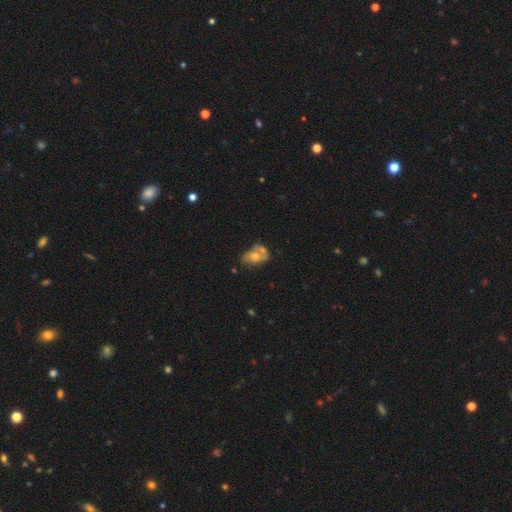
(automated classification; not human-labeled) smooth_or_featured: smooth (p=0.52) [alt: featured or disk p=0.39]
how_rounded: in between (p=0.80) [alt: round p=0.18]
merging: merger (p=0.45) [alt: none p=0.27]